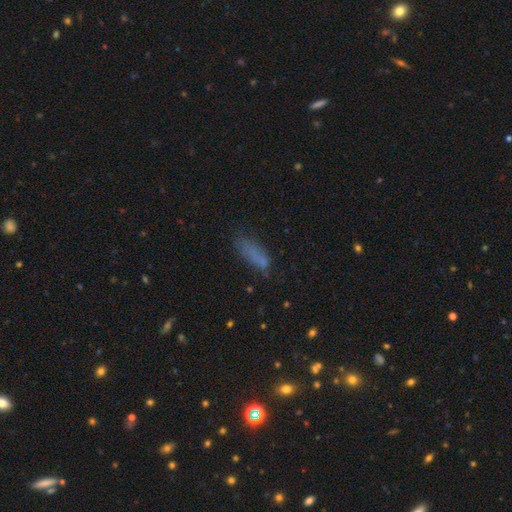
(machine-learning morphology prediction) smooth 72%, star or artifact 15%, featured or disk 14%. Down the decision tree: how rounded — cigar-shaped (50%); merging — none (58%).